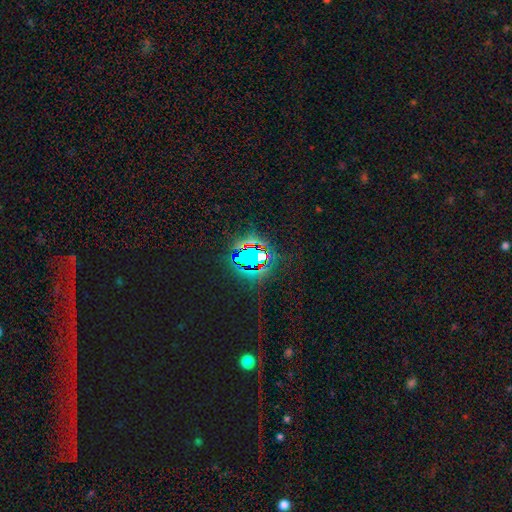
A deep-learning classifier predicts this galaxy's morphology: Smooth or featured: star or artifact — 75% (smooth — 15%)